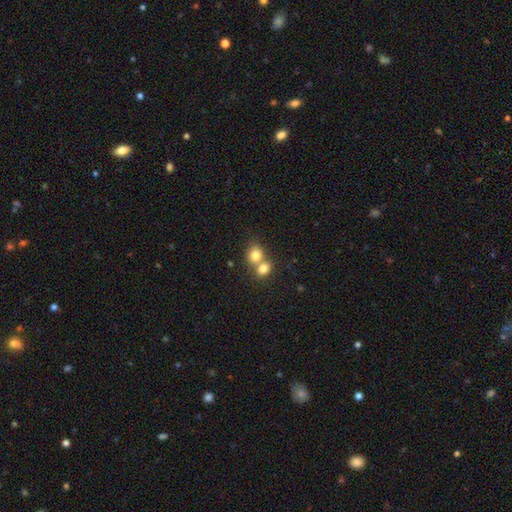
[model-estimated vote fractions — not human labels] A smooth galaxy with no disk features (79%) that is round (63%).

Vote fractions:
- Smooth or featured? smooth: 79% / featured or disk: 10% / star or artifact: 10%
- How rounded? round: 63% / in between: 36% / cigar-shaped: 1%
- Merging? merger: 60% / none: 32% / minor disturbance: 6% / major disturbance: 2%